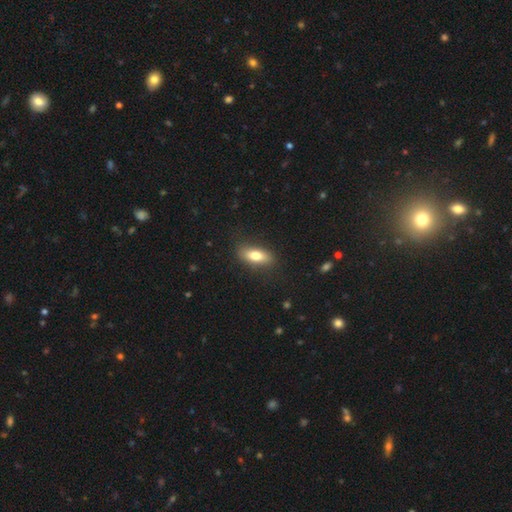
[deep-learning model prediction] This appears to be a smooth galaxy with no disk features (76%) that is in between round and cigar-shaped (78%). Merging: none (83%).